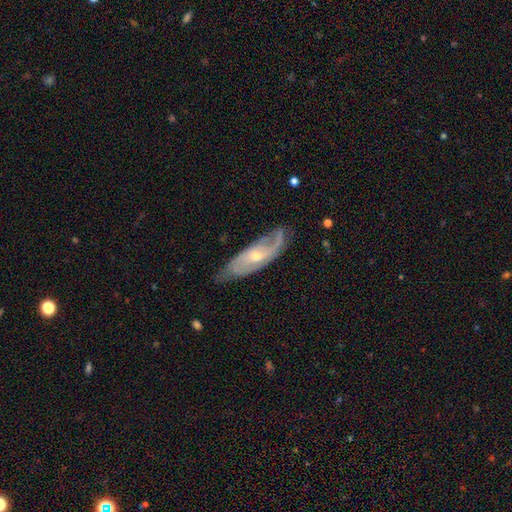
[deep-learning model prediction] smooth-or-featured: featured or disk: 80% | smooth: 14% | star or artifact: 5%
  disk-edge-on: no: 83% | yes: 17%
    bar: no: 62% | weak: 30% | strong: 8%
    has-spiral-arms: yes: 92% | no: 8%
      spiral-winding: medium: 42% | tight: 34% | loose: 24%
      spiral-arm-count: 2: 55% | can't tell: 21% | 1: 9% | 3: 9% | 4: 2% | more than 4: 2%
    bulge-size: small: 54% | moderate: 43% | large: 1% | none: 1% | dominant: 1%
  merging: none: 67% | minor disturbance: 23% | major disturbance: 8% | merger: 2%